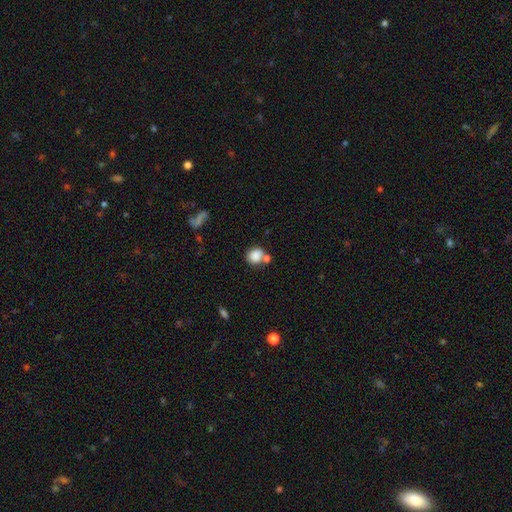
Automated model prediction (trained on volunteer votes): Smooth or featured? smooth (84%)
How rounded? round (67%)
Merging? none (52%)